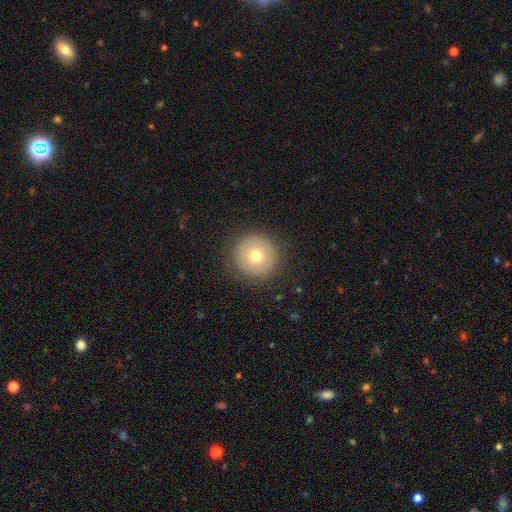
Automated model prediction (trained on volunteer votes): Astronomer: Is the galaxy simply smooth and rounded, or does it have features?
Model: smooth — 66%.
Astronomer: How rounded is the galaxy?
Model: round — 96%.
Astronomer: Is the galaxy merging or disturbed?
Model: none — 88%.